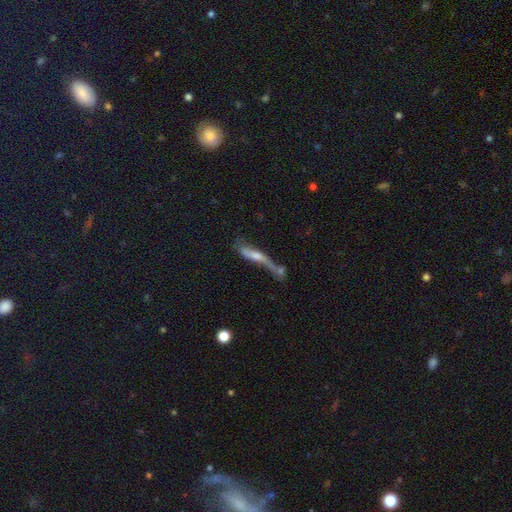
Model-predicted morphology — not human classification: type=featured or disk (62%); edge-on=yes (74%); merging=none (34%).